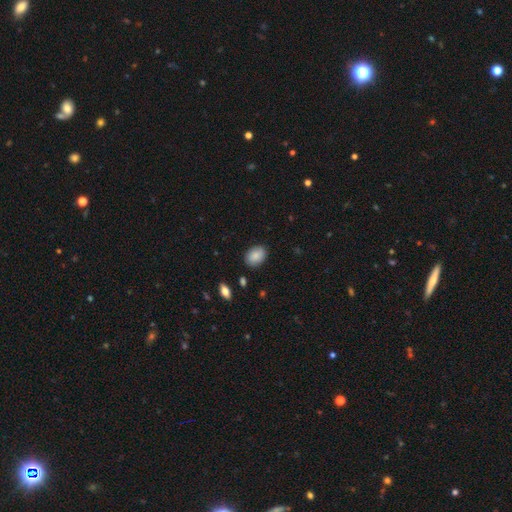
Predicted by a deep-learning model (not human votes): This appears to be a smooth galaxy with no disk features (86%) that is in between round and cigar-shaped (80%). Merging: none (86%).